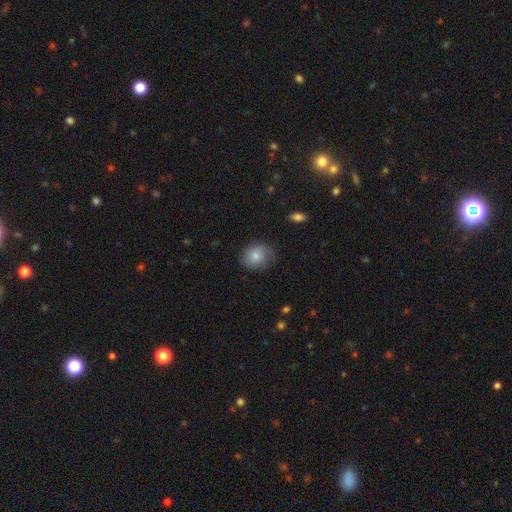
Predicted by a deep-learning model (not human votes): This appears to be a smooth galaxy with no disk features (71%) that is round (70%). Merging: none (70%).